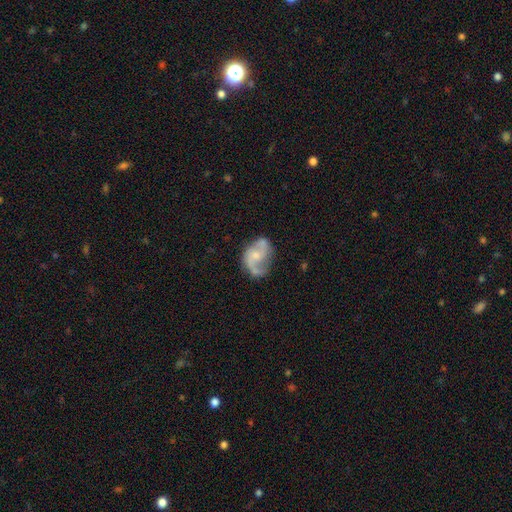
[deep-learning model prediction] Smooth or featured: featured or disk — 74% (smooth — 19%)
Edge-on disk: no — 98% (yes — 2%)
Bar: no — 61% (weak — 33%)
Spiral arms: yes — 88% (no — 12%)
Spiral winding: medium — 44% (loose — 42%)
Spiral arm count: 2 — 76% (1 — 13%)
Bulge size: small — 49% (moderate — 38%)
Merging: none — 52% (minor disturbance — 25%)